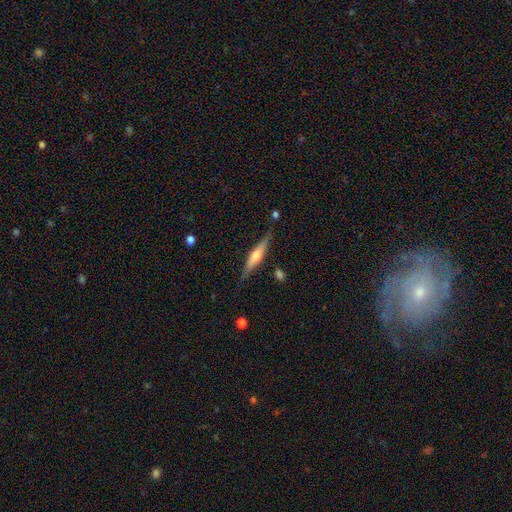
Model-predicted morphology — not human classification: Smooth or featured: featured or disk — 60% (smooth — 34%)
Edge-on disk: yes — 95% (no — 5%)
Edge-on bulge: rounded — 77% (boxy — 14%)
Merging: none — 81% (minor disturbance — 13%)